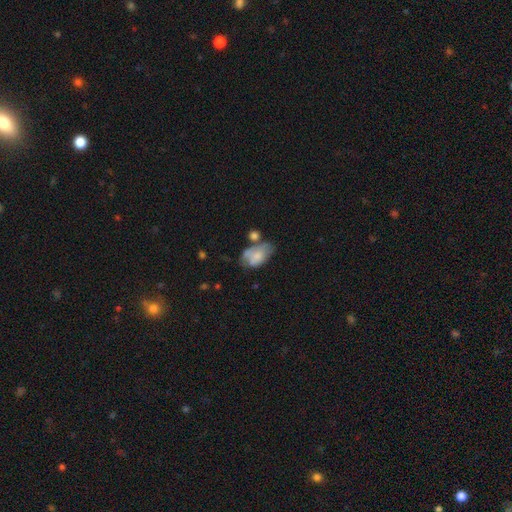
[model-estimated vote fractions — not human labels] Smooth or featured? Predicted: smooth (p=0.68). How rounded? Predicted: in between (p=0.90). Merging? Predicted: none (p=0.32).